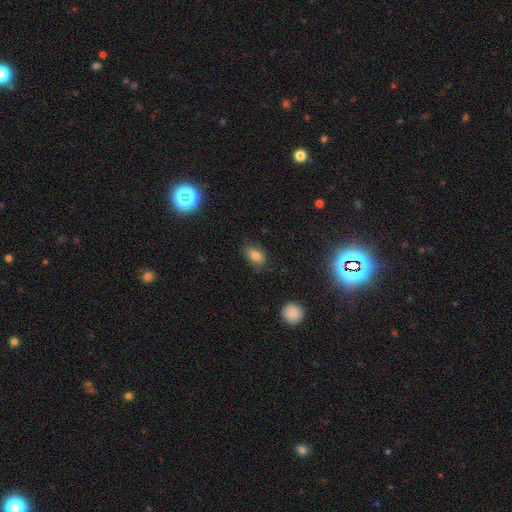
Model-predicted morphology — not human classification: type=smooth (80%); roundness=in between (85%); merging=none (69%).